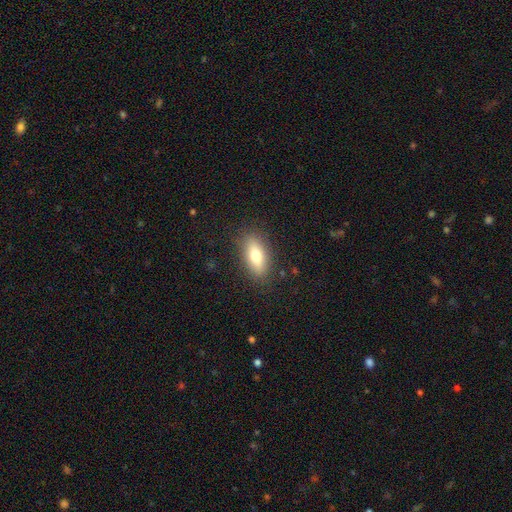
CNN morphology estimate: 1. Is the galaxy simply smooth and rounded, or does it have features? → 74% smooth, 18% featured or disk, 8% star or artifact.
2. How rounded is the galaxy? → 81% in between, 15% cigar-shaped, 5% round.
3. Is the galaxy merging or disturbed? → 85% none, 10% minor disturbance, 3% major disturbance, 1% merger.